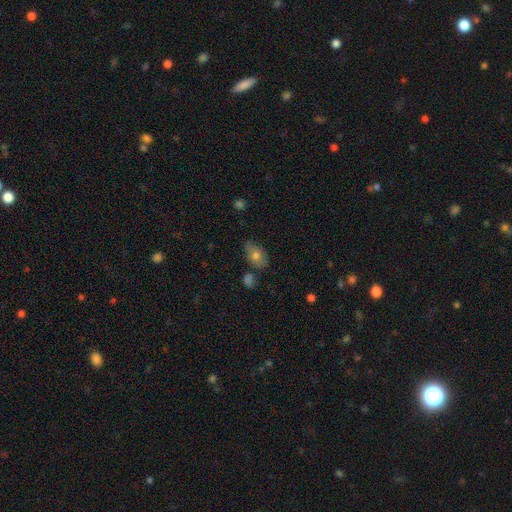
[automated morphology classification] This is likely a smooth galaxy (71%). How rounded: clearly in between (86%). Merging: likely none (69%).